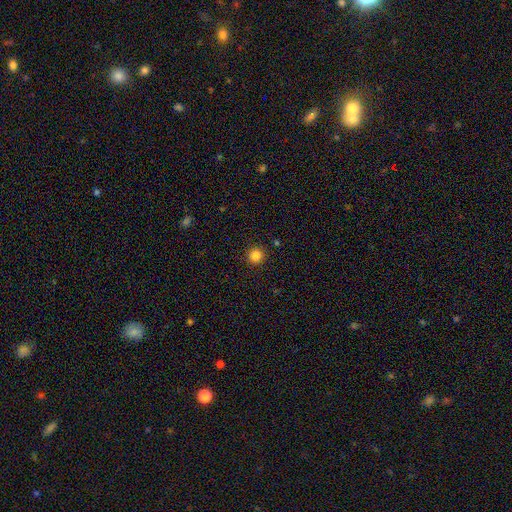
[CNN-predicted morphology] Smooth or featured? Predicted: smooth (p=0.84). How rounded? Predicted: round (p=0.94). Merging? Predicted: none (p=0.91).